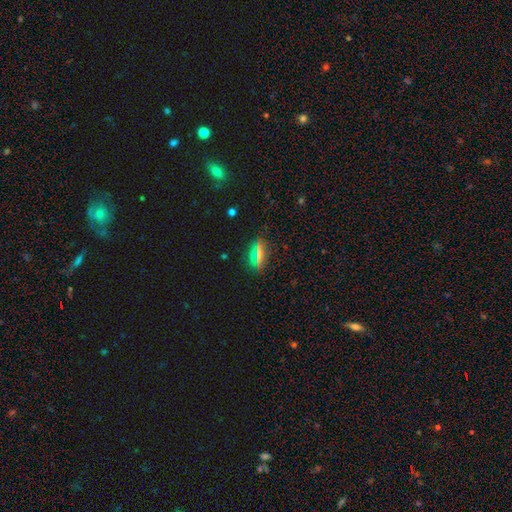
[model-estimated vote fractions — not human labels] Q: Smooth or featured?
A: smooth (60%); runner-up: star or artifact (26%)
Q: How rounded?
A: in between (60%); runner-up: round (24%)
Q: Merging?
A: none (85%); runner-up: minor disturbance (10%)